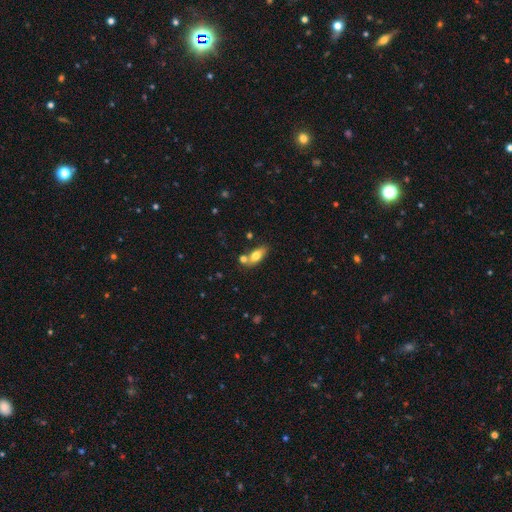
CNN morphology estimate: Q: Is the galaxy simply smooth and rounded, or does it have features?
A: smooth — 72%.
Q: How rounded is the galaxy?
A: in between — 81%.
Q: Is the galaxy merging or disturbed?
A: none — 58%.